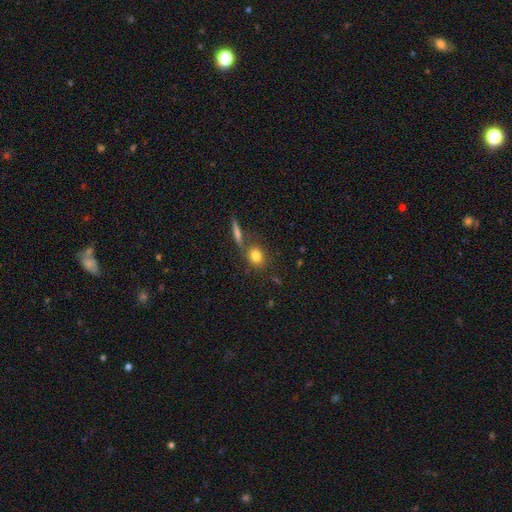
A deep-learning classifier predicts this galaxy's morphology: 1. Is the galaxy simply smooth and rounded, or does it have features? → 80% smooth, 10% featured or disk, 10% star or artifact.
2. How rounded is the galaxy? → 59% round, 37% in between, 4% cigar-shaped.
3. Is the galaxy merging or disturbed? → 68% none, 17% merger, 11% minor disturbance, 4% major disturbance.